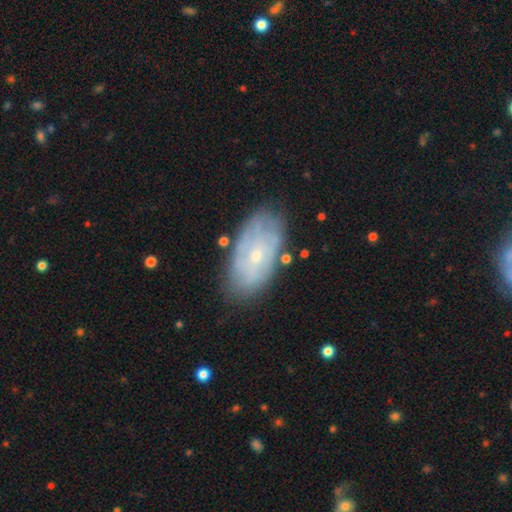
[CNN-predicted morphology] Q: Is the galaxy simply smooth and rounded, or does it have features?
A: featured or disk — 55%.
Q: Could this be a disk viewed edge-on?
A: no — 91%.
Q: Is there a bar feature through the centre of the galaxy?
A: no — 79%.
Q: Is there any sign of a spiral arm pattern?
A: yes — 56%.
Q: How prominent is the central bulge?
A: small — 69%.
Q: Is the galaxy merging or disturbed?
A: none — 73%.